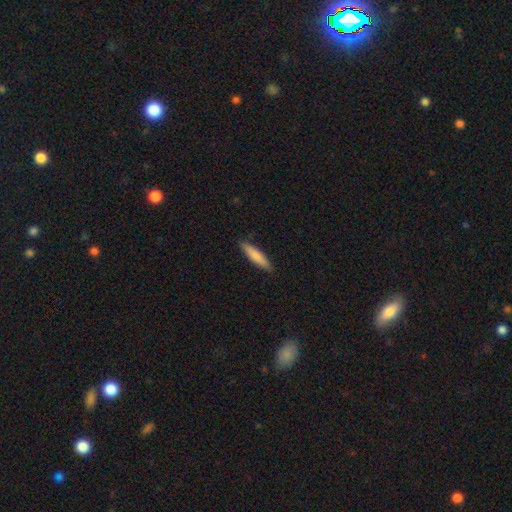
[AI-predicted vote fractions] A smooth galaxy with no disk features (82%) that is cigar-shaped (83%).

Vote fractions:
- Smooth or featured? smooth: 82% / featured or disk: 12% / star or artifact: 5%
- How rounded? cigar-shaped: 83% / in between: 16% / round: 1%
- Merging? none: 89% / minor disturbance: 8% / major disturbance: 2% / merger: 1%